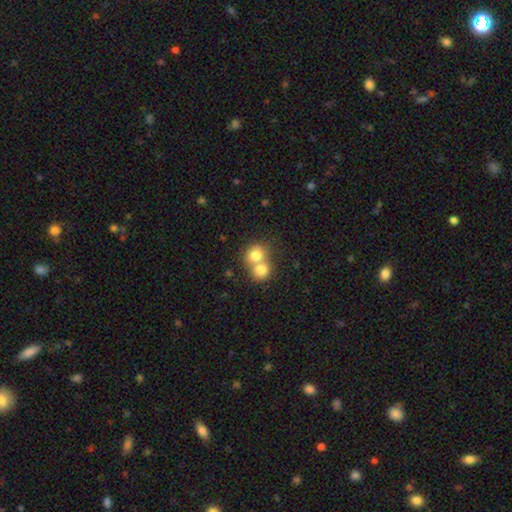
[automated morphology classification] smooth 75%, featured or disk 15%, star or artifact 10%. Down the decision tree: how rounded — round (71%); merging — merger (67%).